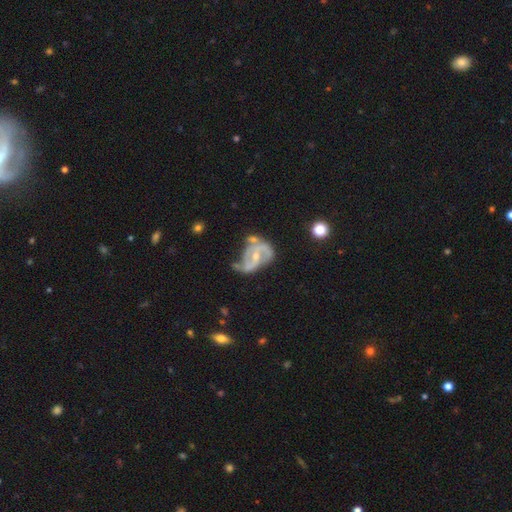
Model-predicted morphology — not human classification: Smooth or featured: featured or disk — 83% (smooth — 11%)
Edge-on disk: no — 97% (yes — 3%)
Bar: weak — 42% (no — 33%)
Spiral arms: yes — 89% (no — 11%)
Spiral winding: medium — 46% (loose — 31%)
Spiral arm count: 2 — 71% (can't tell — 11%)
Bulge size: small — 50% (moderate — 46%)
Merging: none — 31% (minor disturbance — 29%)